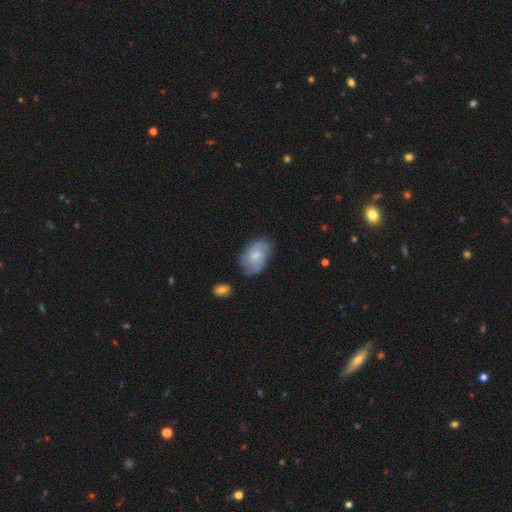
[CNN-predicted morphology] smooth-or-featured: featured or disk: 55% | smooth: 38% | star or artifact: 7%
  disk-edge-on: no: 96% | yes: 4%
    bar: no: 64% | weak: 32% | strong: 4%
    has-spiral-arms: yes: 87% | no: 13%
    bulge-size: small: 44% | moderate: 39% | none: 10% | large: 6% | dominant: 1%
  merging: none: 69% | minor disturbance: 22% | major disturbance: 6% | merger: 3%